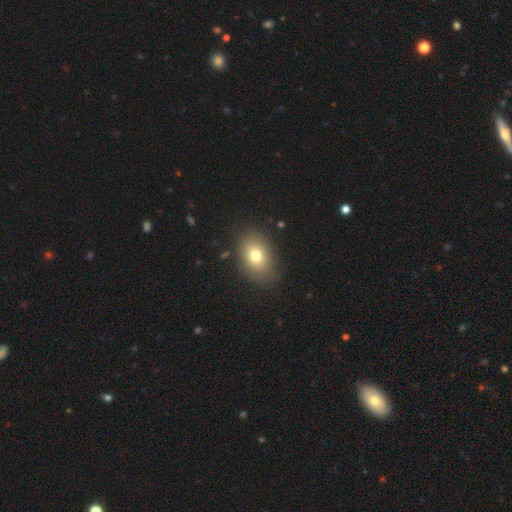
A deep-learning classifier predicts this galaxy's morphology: smooth-or-featured: smooth: 77% | featured or disk: 13% | star or artifact: 11%
  how-rounded: in between: 78% | round: 21% | cigar-shaped: 1%
  merging: none: 83% | minor disturbance: 11% | major disturbance: 4% | merger: 2%